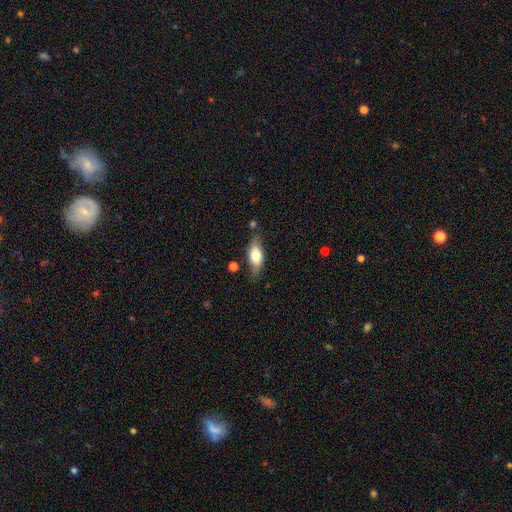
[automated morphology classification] This is likely a smooth galaxy (64%). How rounded: likely in between (77%). Merging: likely none (72%).